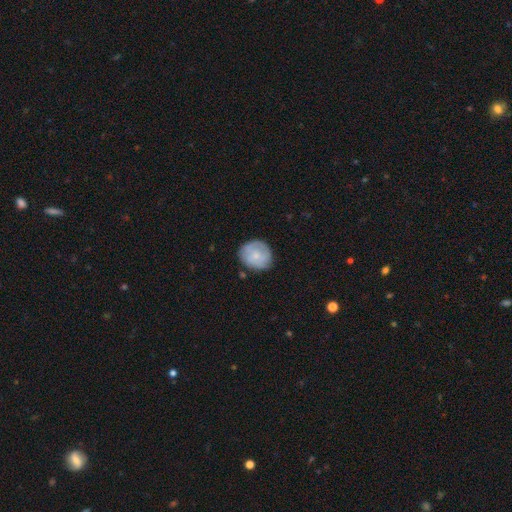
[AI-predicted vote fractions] The model was most divided on "smooth or featured": smooth: 59%, featured or disk: 35%, star or artifact: 6%. More confident: how rounded — round (79%); merging — none (74%).